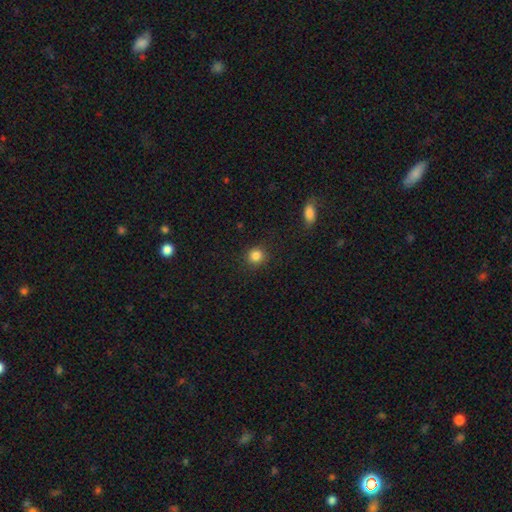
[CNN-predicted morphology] This appears to be a smooth galaxy with no disk features (85%) that is round (90%). Merging: none (89%).